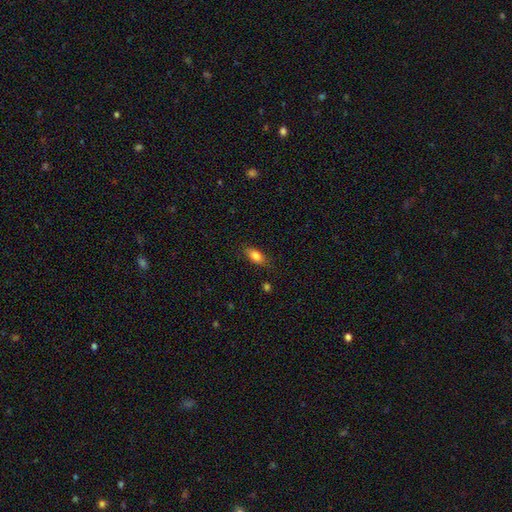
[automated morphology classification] smooth_or_featured: smooth (p=0.82) [alt: featured or disk p=0.10]
how_rounded: in between (p=0.83) [alt: cigar-shaped p=0.12]
merging: none (p=0.80) [alt: minor disturbance p=0.15]